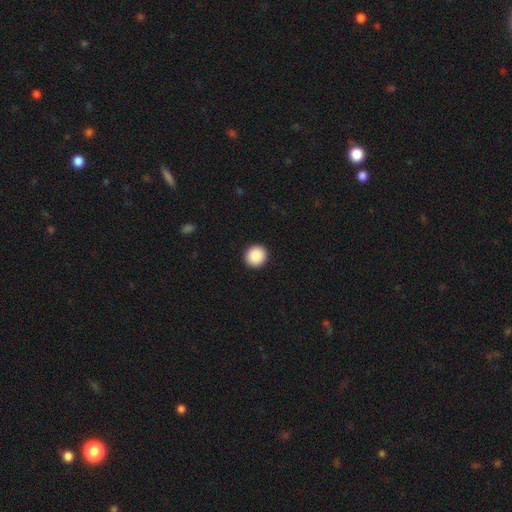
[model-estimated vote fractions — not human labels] The model was most divided on "smooth or featured": smooth: 90%, star or artifact: 8%, featured or disk: 3%. More confident: merging — none (94%); how rounded — round (93%).